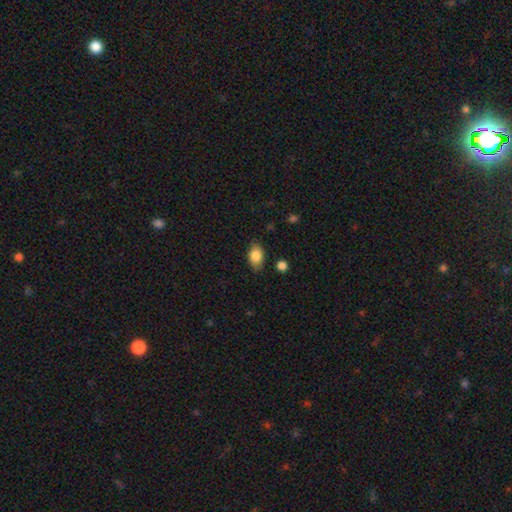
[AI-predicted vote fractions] smooth 83%, featured or disk 10%, star or artifact 7%. Down the decision tree: how rounded — in between (87%); merging — none (81%).